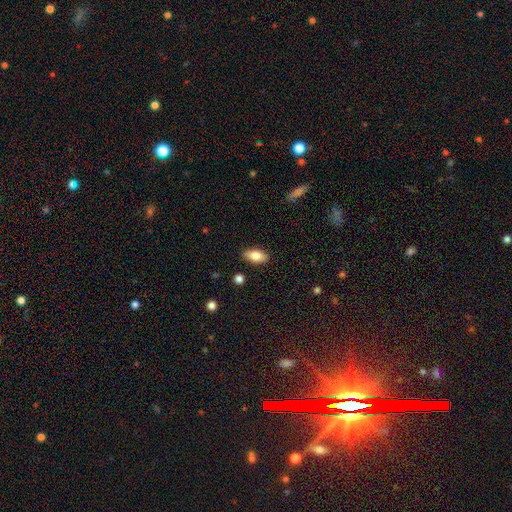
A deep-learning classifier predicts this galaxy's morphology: This appears to be a smooth galaxy with no disk features (80%) that is in between round and cigar-shaped (89%). Merging: none (87%).